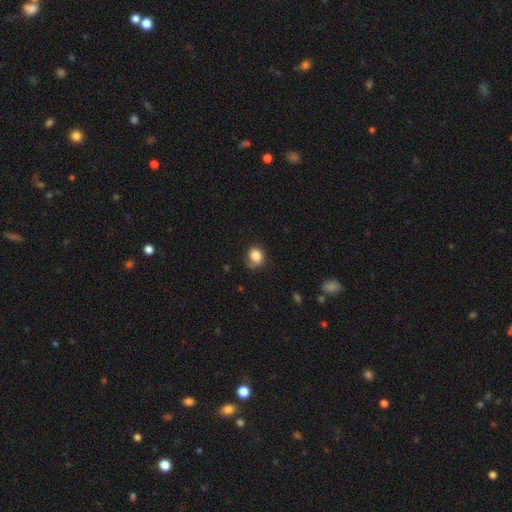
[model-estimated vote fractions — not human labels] This appears to be a smooth galaxy with no disk features (81%) that is round (68%). Merging: none (59%).